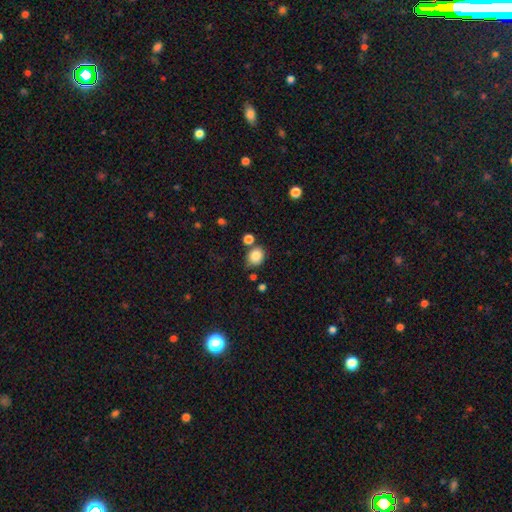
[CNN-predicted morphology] The model was most divided on "how rounded": round: 67%, in between: 32%, cigar-shaped: 1%. More confident: smooth or featured — smooth (85%); merging — none (70%).